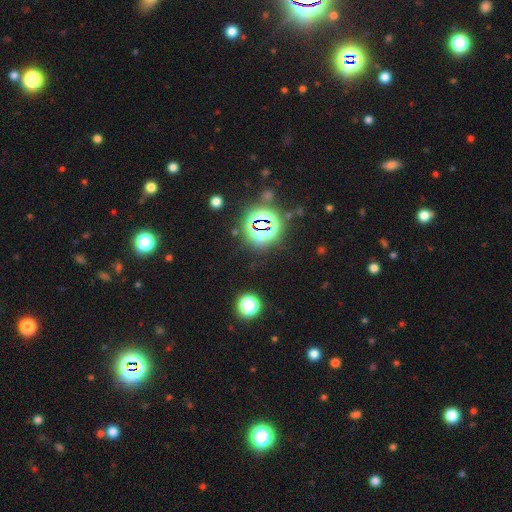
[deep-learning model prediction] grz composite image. It shows a star or artifact, not a galaxy (81%).